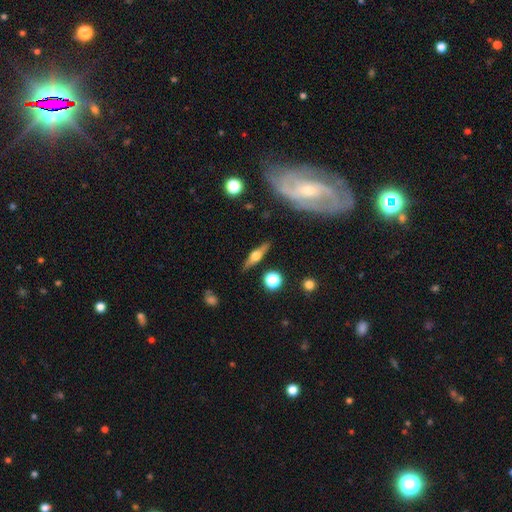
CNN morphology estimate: Overall: featured or disk (64%; smooth 28%). Edge-on disk: yes (94%). Edge-on bulge: rounded (93%). Merging: none (85%).